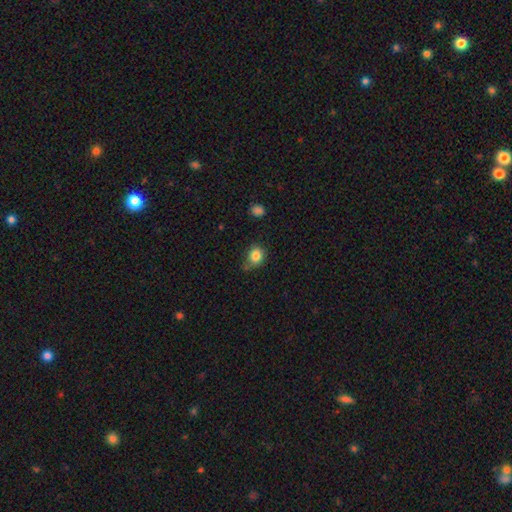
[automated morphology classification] A smooth galaxy with no disk features (83%) that is round (63%). Merging: none (58%).